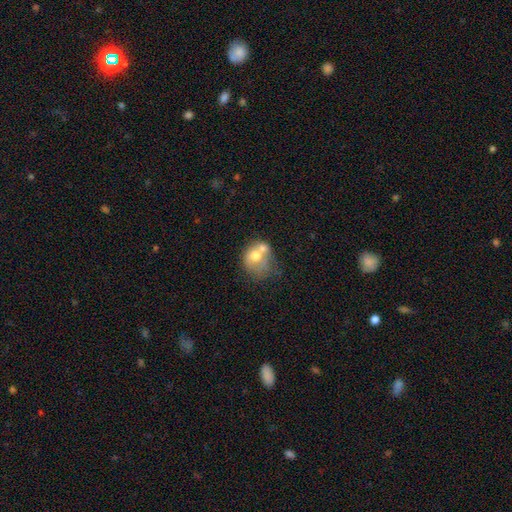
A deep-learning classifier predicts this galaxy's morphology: Overall: smooth (59%; featured or disk 32%). How rounded: round (57%; in between 42%). Merging: merger (59%).